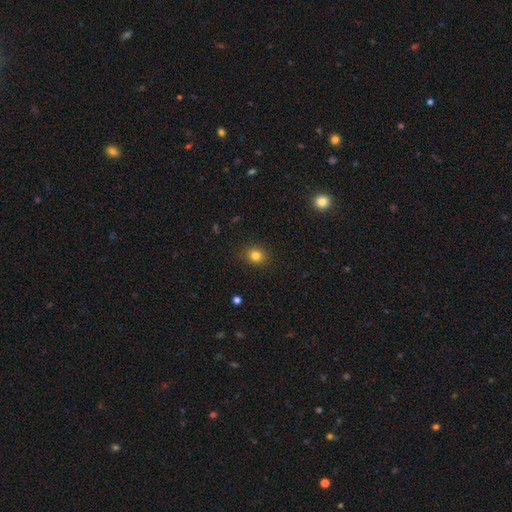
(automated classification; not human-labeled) Smooth or featured?
  - smooth: 82% *
  - star or artifact: 12%
  - featured or disk: 5%
How rounded?
  - round: 77% *
  - in between: 22%
  - cigar-shaped: 1%
Merging?
  - none: 89% *
  - minor disturbance: 8%
  - major disturbance: 2%
  - merger: 1%